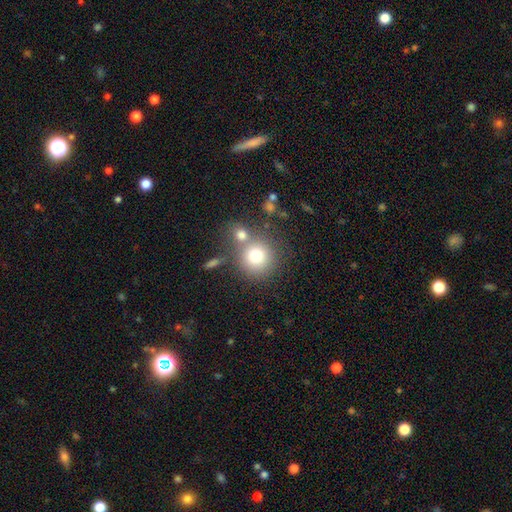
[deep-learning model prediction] Smooth or featured? smooth (76%)
How rounded? round (90%)
Merging? none (61%)